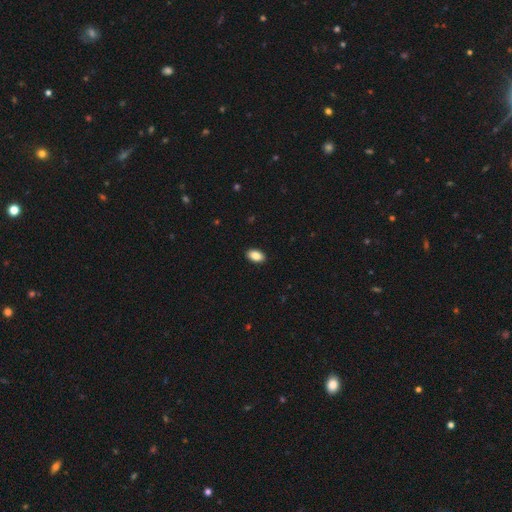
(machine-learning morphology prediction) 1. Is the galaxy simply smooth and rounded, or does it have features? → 88% smooth, 7% star or artifact, 5% featured or disk.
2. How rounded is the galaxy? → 92% in between, 7% round, 2% cigar-shaped.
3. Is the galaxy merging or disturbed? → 90% none, 7% minor disturbance, 2% major disturbance, 1% merger.